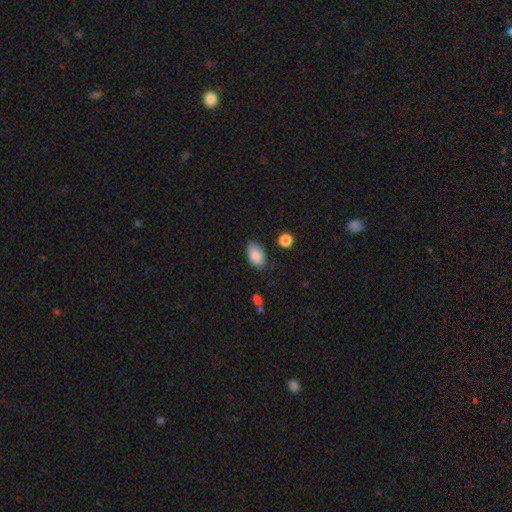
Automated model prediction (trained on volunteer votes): Overall: smooth (87%). How rounded: in between (91%). Merging: none (74%).